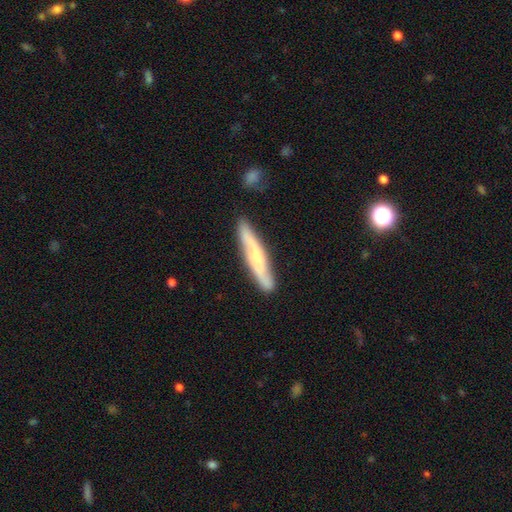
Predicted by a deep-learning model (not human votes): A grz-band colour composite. It shows a featured or disk galaxy (55%) viewed edge-on (61%). Merging: none (83%).